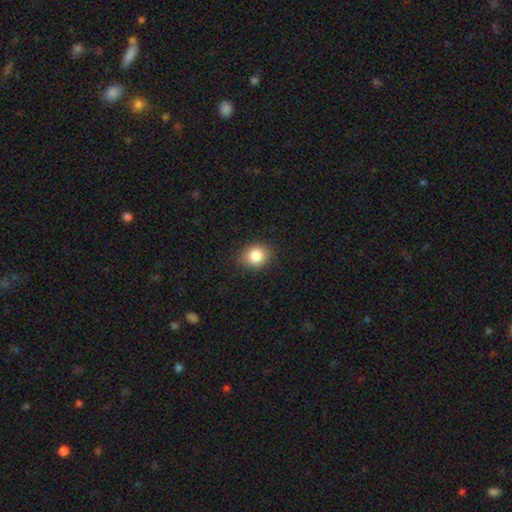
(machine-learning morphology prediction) type=smooth (85%); roundness=round (62%); merging=none (87%).